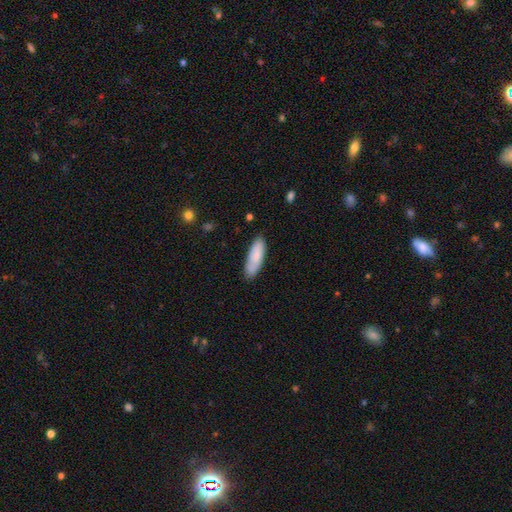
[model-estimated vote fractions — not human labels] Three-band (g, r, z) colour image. It shows a smooth galaxy with no disk features (82%) that is in between round and cigar-shaped (54%). Merging: none (78%).